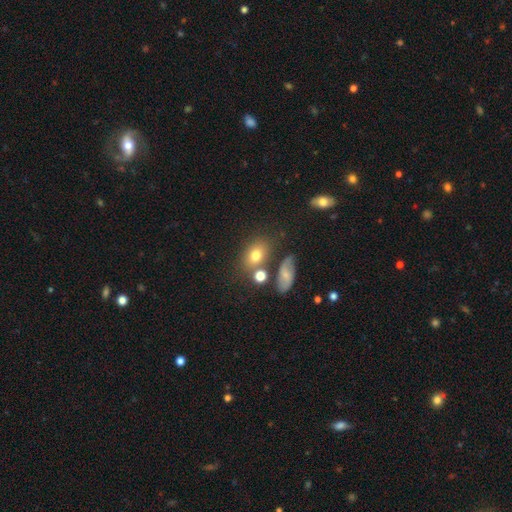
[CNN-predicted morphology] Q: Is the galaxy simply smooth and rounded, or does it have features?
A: smooth — 73%.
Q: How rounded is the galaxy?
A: in between — 69%.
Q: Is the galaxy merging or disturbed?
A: none — 61%.